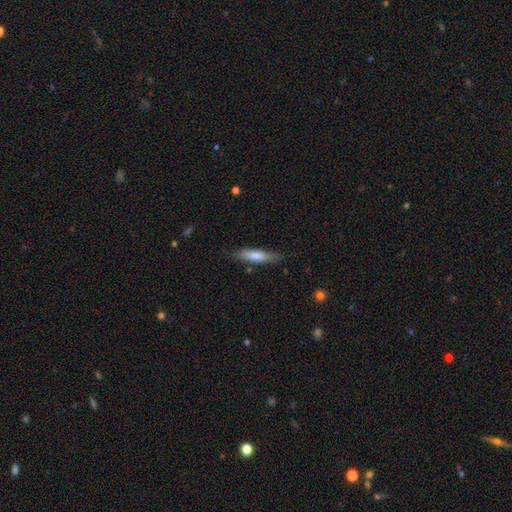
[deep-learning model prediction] Smooth or featured: smooth — 75% (featured or disk — 19%)
How rounded: cigar-shaped — 77% (in between — 21%)
Merging: none — 78% (minor disturbance — 17%)